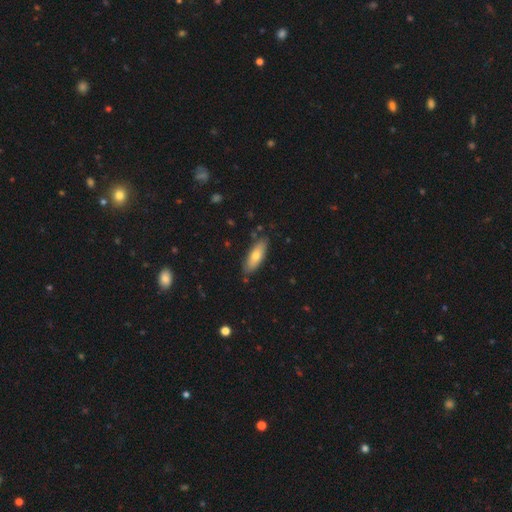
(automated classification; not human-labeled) A smooth galaxy with no disk features (67%) that is in between round and cigar-shaped (61%).

Vote fractions:
- Smooth or featured? smooth: 67% / featured or disk: 27% / star or artifact: 6%
- How rounded? in between: 61% / cigar-shaped: 37% / round: 2%
- Merging? none: 83% / minor disturbance: 13% / major disturbance: 2% / merger: 2%